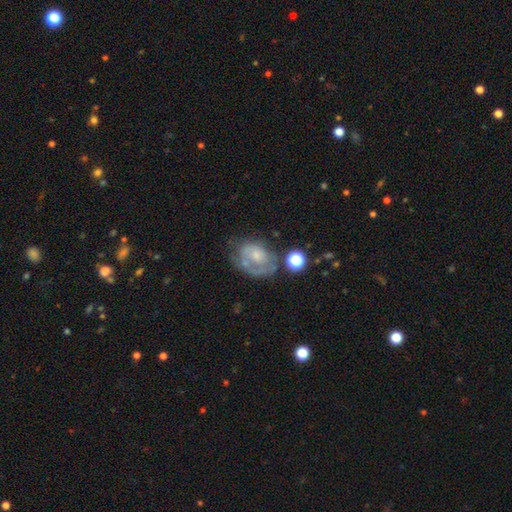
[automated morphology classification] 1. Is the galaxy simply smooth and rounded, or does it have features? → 54% featured or disk, 36% smooth, 10% star or artifact.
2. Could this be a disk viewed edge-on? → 96% no, 4% yes.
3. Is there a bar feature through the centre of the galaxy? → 81% no, 17% weak, 3% strong.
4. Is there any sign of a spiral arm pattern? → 54% yes, 46% no.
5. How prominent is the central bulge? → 44% small, 32% moderate, 17% none, 5% large, 2% dominant.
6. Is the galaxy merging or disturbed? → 41% none, 25% minor disturbance, 25% major disturbance, 8% merger.